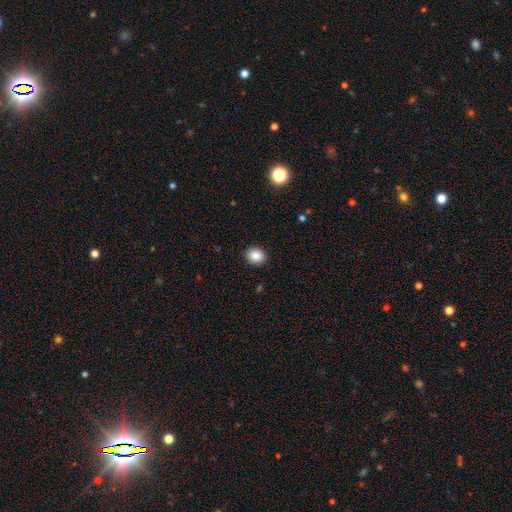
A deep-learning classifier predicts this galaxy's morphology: Smooth or featured? smooth (86%)
How rounded? round (70%)
Merging? none (92%)